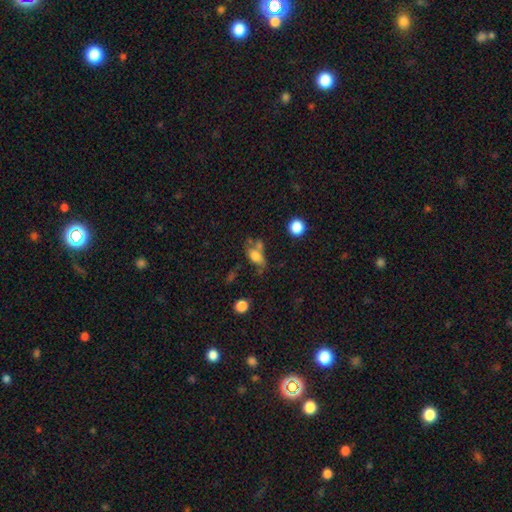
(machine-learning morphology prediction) Smooth or featured?
  - smooth: 65% *
  - featured or disk: 22%
  - star or artifact: 13%
How rounded?
  - in between: 79% *
  - round: 12%
  - cigar-shaped: 9%
Merging?
  - none: 36% *
  - merger: 27%
  - minor disturbance: 20%
  - major disturbance: 17%